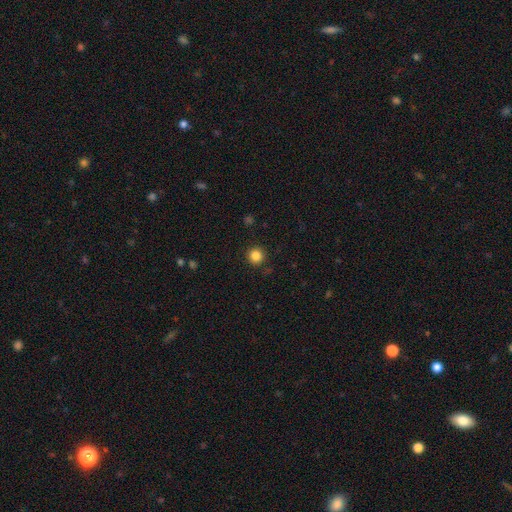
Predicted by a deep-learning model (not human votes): Q: Smooth or featured?
A: smooth (84%); runner-up: star or artifact (12%)
Q: How rounded?
A: round (96%); runner-up: in between (3%)
Q: Merging?
A: none (92%); runner-up: minor disturbance (5%)